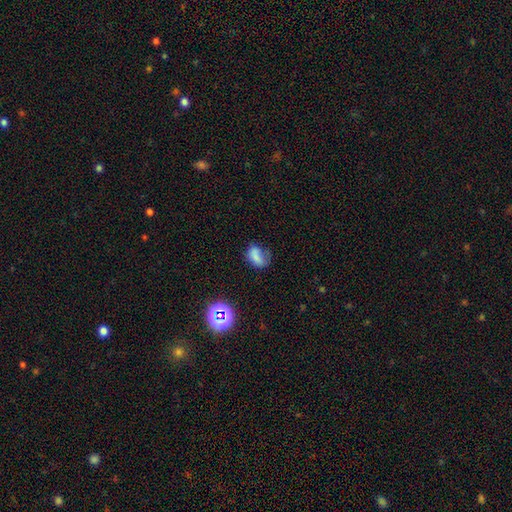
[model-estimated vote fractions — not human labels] smooth 73%, star or artifact 15%, featured or disk 12%. Down the decision tree: how rounded — in between (80%); merging — none (45%).